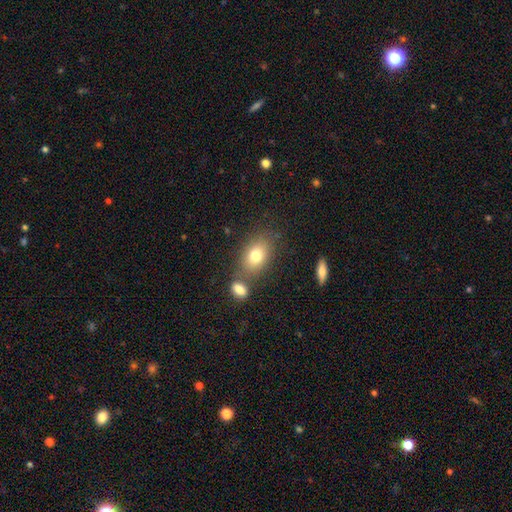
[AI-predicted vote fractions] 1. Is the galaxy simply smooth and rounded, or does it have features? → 77% smooth, 14% featured or disk, 10% star or artifact.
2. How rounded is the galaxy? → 79% in between, 19% round, 2% cigar-shaped.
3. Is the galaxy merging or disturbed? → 66% none, 17% merger, 13% minor disturbance, 4% major disturbance.